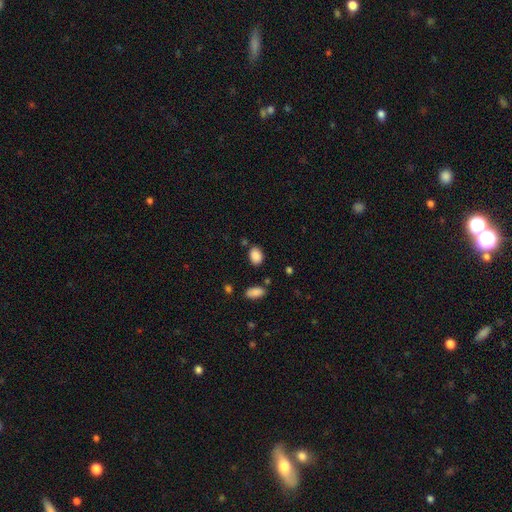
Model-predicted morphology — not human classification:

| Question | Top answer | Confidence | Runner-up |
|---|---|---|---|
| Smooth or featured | smooth | 88% | star or artifact (9%) |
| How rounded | in between | 78% | round (21%) |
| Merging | none | 78% | minor disturbance (13%) |